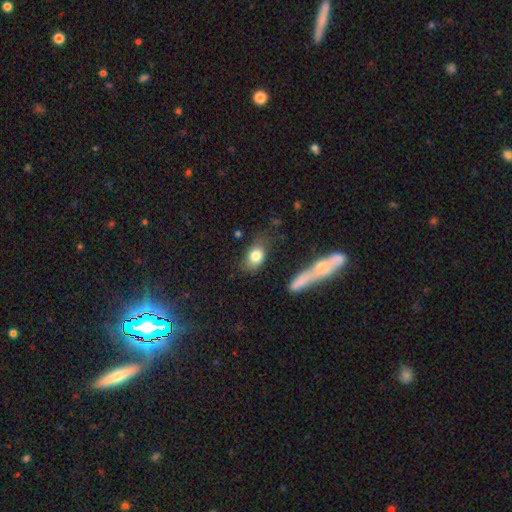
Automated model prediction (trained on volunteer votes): A smooth galaxy with no disk features (80%) that is in between round and cigar-shaped (71%). Merging: none (61%).